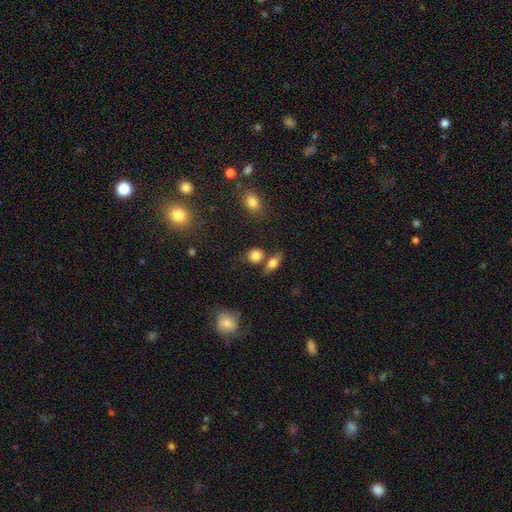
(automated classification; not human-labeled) Smooth or featured? Predicted: smooth (p=0.80). How rounded? Predicted: round (p=0.70). Merging? Predicted: none (p=0.64).